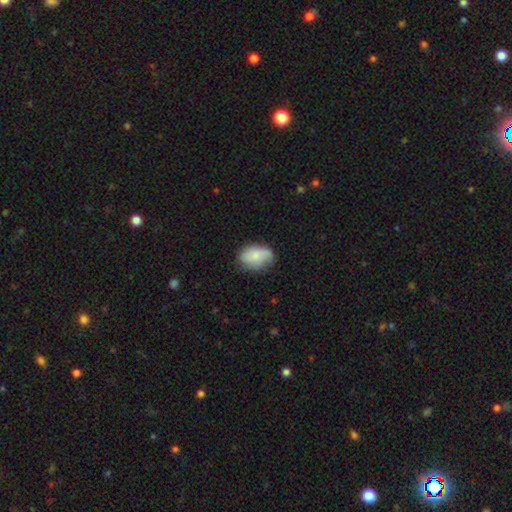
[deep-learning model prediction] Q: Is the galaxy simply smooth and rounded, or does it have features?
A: smooth — 74%.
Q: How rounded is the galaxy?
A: in between — 80%.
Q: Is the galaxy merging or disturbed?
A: none — 65%.